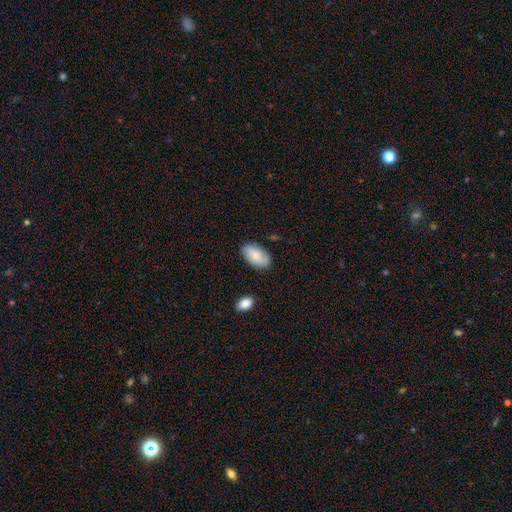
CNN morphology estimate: Smooth or featured: smooth — 78% (featured or disk — 16%)
How rounded: in between — 94% (round — 4%)
Merging: none — 81% (minor disturbance — 14%)